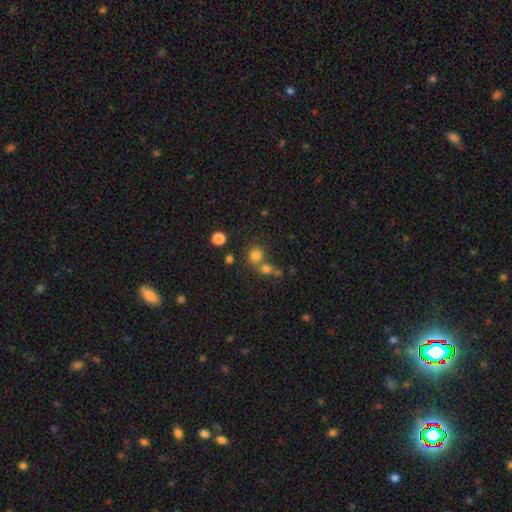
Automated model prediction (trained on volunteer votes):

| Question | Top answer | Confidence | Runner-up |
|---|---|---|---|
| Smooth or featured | smooth | 77% | star or artifact (15%) |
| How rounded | round | 81% | in between (18%) |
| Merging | none | 55% | merger (32%) |